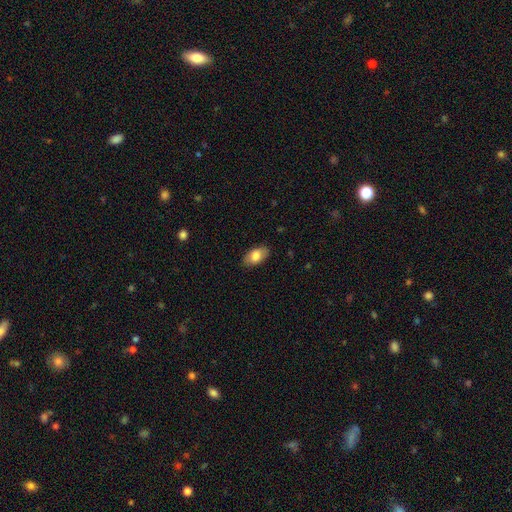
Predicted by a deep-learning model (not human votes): Overall: smooth (81%). How rounded: in between (93%). Merging: none (86%).